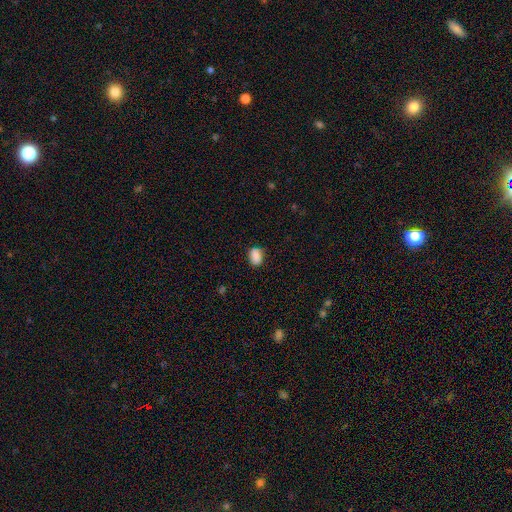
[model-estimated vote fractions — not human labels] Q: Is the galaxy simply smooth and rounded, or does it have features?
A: smooth — 86%.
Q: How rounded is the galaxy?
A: in between — 75%.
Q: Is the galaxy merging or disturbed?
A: none — 73%.